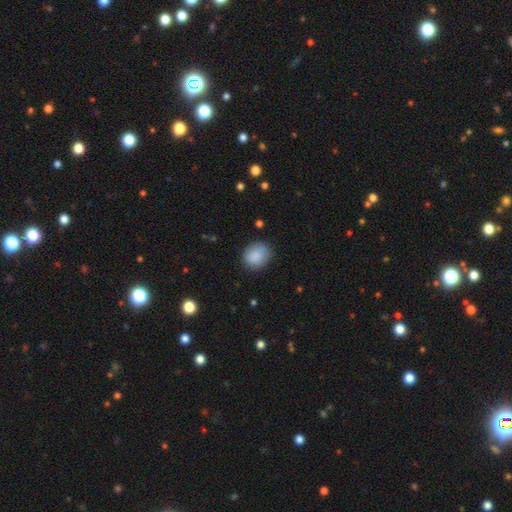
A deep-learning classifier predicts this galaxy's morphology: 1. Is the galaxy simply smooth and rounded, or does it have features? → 88% smooth, 8% star or artifact, 5% featured or disk.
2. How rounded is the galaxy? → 56% round, 43% in between, 1% cigar-shaped.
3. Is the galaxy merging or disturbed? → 80% none, 15% minor disturbance, 4% major disturbance, 1% merger.